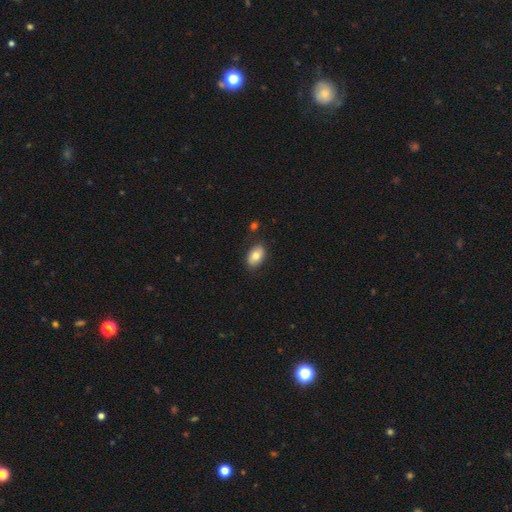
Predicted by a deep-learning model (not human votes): Q: Smooth or featured?
A: smooth (79%); runner-up: featured or disk (13%)
Q: How rounded?
A: in between (89%); runner-up: round (10%)
Q: Merging?
A: none (83%); runner-up: minor disturbance (12%)